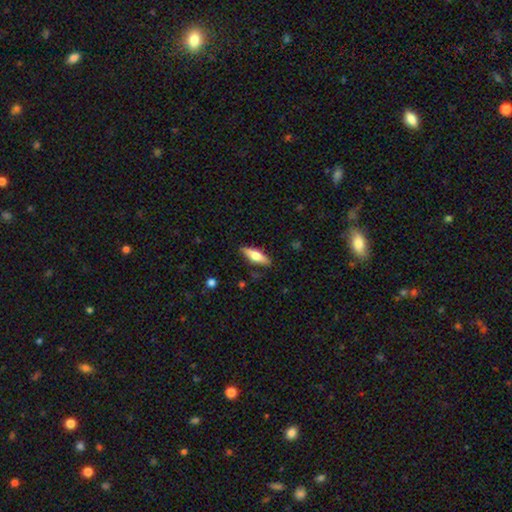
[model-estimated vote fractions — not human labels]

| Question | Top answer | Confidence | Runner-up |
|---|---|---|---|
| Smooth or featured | smooth | 52% | featured or disk (42%) |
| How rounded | cigar-shaped | 51% | in between (47%) |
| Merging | none | 86% | minor disturbance (10%) |